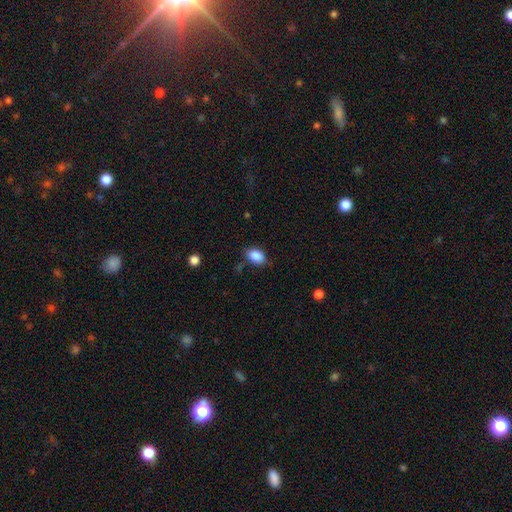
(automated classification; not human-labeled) A smooth galaxy with no disk features (88%) that is in between round and cigar-shaped (85%).

Vote fractions:
- Smooth or featured? smooth: 88% / star or artifact: 8% / featured or disk: 4%
- How rounded? in between: 85% / round: 14% / cigar-shaped: 1%
- Merging? none: 77% / minor disturbance: 17% / major disturbance: 4% / merger: 2%